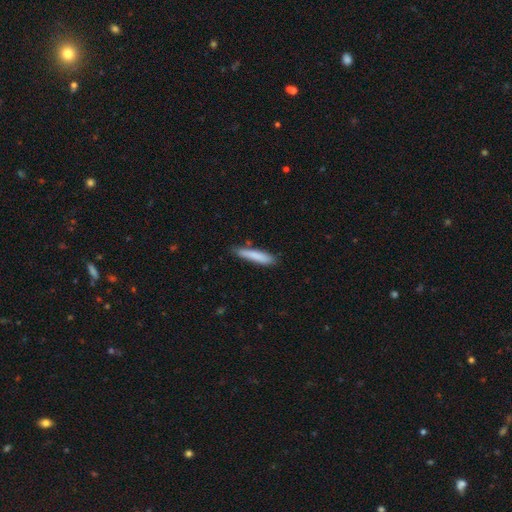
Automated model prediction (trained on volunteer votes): smooth-or-featured: smooth: 83% | featured or disk: 11% | star or artifact: 6%
  how-rounded: cigar-shaped: 89% | in between: 10% | round: 1%
  merging: none: 79% | minor disturbance: 16% | major disturbance: 2% | merger: 2%